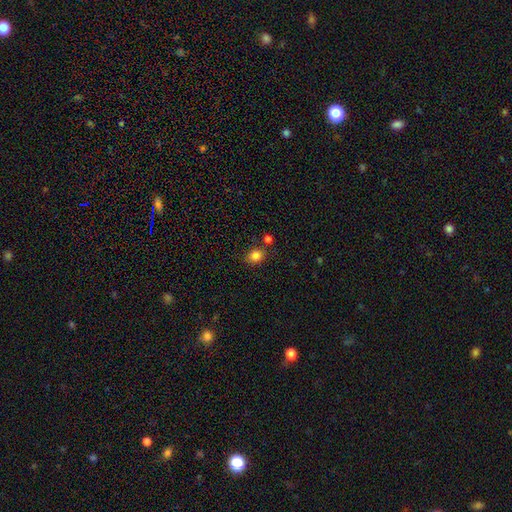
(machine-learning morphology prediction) smooth 84%, star or artifact 11%, featured or disk 5%. Down the decision tree: how rounded — round (63%); merging — none (74%).